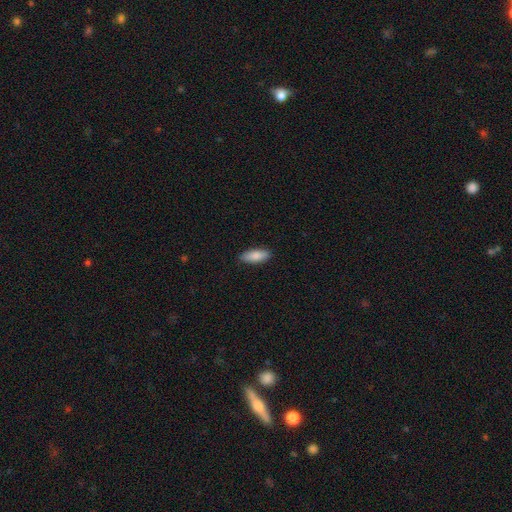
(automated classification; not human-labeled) Smooth or featured?
  - smooth: 86% *
  - featured or disk: 8%
  - star or artifact: 6%
How rounded?
  - in between: 75% *
  - cigar-shaped: 23%
  - round: 2%
Merging?
  - none: 89% *
  - minor disturbance: 8%
  - major disturbance: 2%
  - merger: 1%